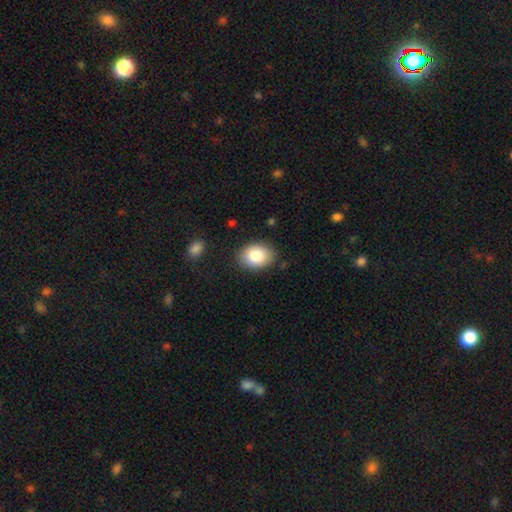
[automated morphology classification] Q: Smooth or featured?
A: smooth (85%); runner-up: featured or disk (8%)
Q: How rounded?
A: in between (71%); runner-up: round (28%)
Q: Merging?
A: none (85%); runner-up: minor disturbance (11%)